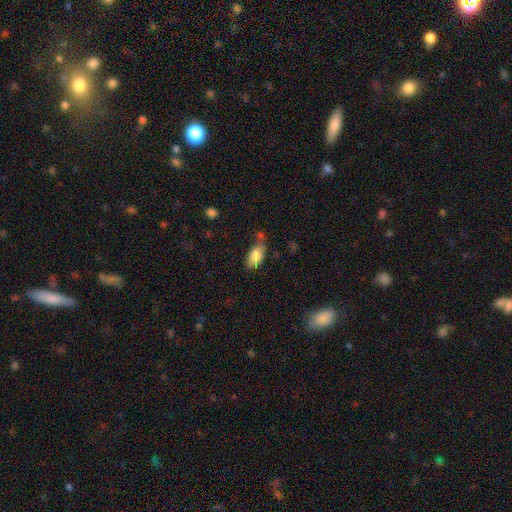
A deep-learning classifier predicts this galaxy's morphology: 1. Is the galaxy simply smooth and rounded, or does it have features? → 84% smooth, 9% featured or disk, 7% star or artifact.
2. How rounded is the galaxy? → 91% in between, 5% cigar-shaped, 4% round.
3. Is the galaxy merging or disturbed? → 63% none, 21% minor disturbance, 11% merger, 5% major disturbance.